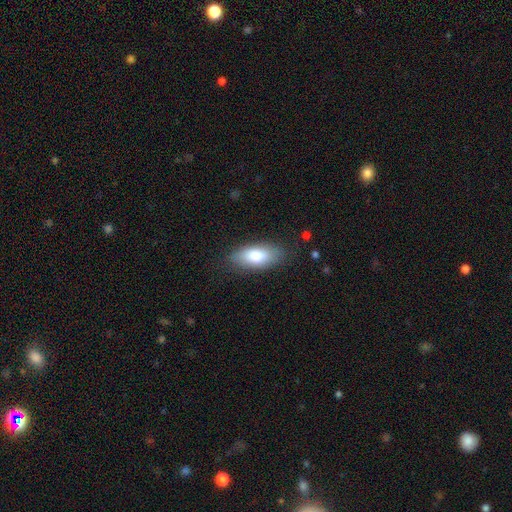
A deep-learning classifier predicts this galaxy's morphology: A smooth galaxy with no disk features (81%) that is in between round and cigar-shaped (85%).

Vote fractions:
- Smooth or featured? smooth: 81% / featured or disk: 13% / star or artifact: 6%
- How rounded? in between: 85% / cigar-shaped: 12% / round: 3%
- Merging? none: 81% / minor disturbance: 14% / major disturbance: 4% / merger: 1%